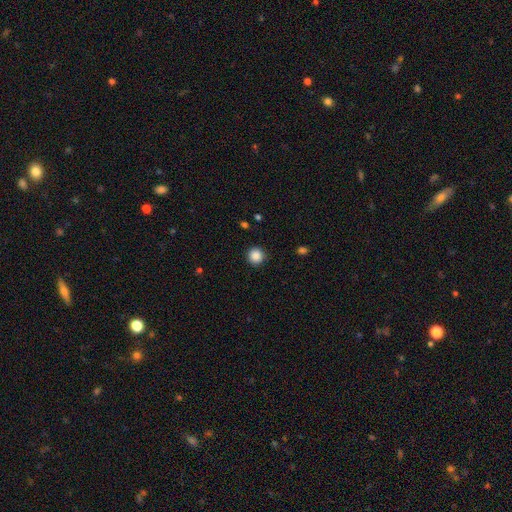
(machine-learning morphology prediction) A smooth galaxy with no disk features (88%) that is round (94%).

Vote fractions:
- Smooth or featured? smooth: 88% / star or artifact: 10% / featured or disk: 3%
- How rounded? round: 94% / in between: 5% / cigar-shaped: 1%
- Merging? none: 91% / minor disturbance: 6% / major disturbance: 2% / merger: 1%